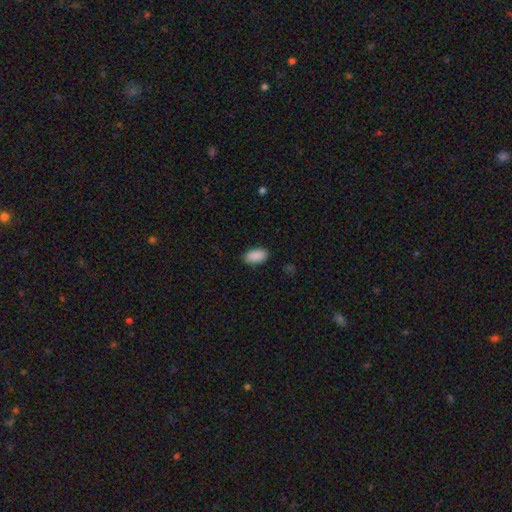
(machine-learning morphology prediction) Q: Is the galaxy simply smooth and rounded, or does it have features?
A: smooth — 91%.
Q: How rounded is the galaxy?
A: in between — 95%.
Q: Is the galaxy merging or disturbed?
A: none — 88%.